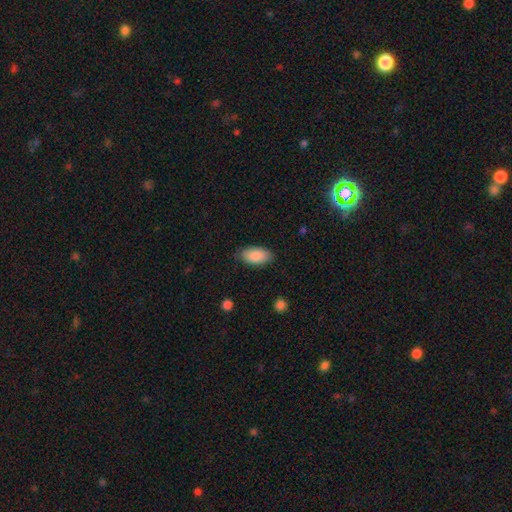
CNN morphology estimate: Smooth or featured?
  - smooth: 89% *
  - star or artifact: 6%
  - featured or disk: 5%
How rounded?
  - in between: 93% *
  - cigar-shaped: 4%
  - round: 2%
Merging?
  - none: 83% *
  - minor disturbance: 13%
  - major disturbance: 3%
  - merger: 1%